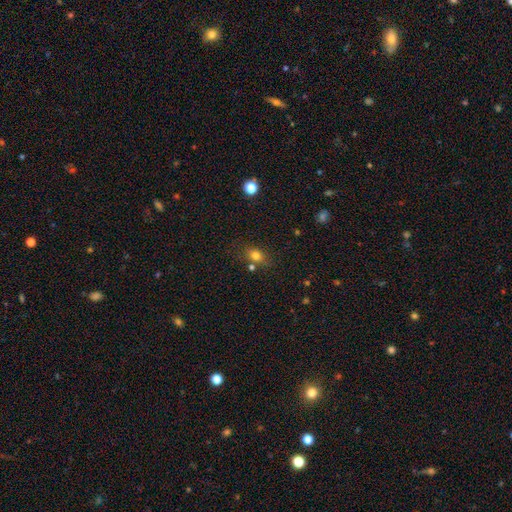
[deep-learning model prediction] Smooth or featured? smooth (77%)
How rounded? in between (60%)
Merging? none (68%)